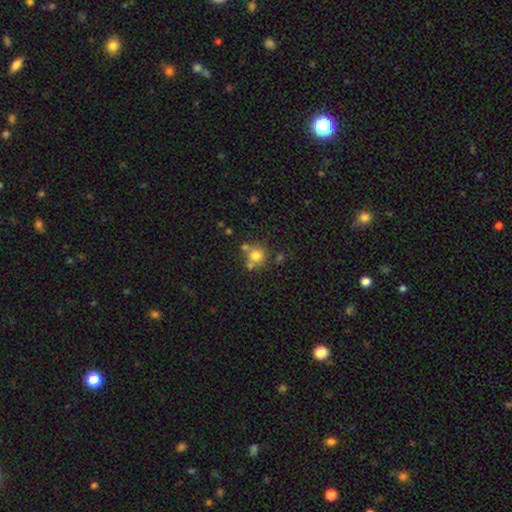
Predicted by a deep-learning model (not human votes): A smooth galaxy with no disk features (75%) that is round (89%). Merging: none (60%).